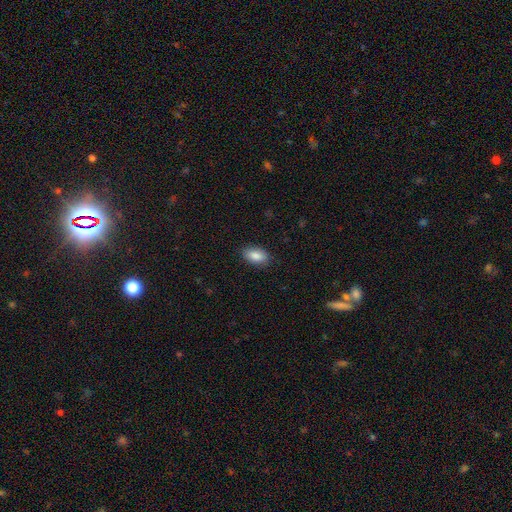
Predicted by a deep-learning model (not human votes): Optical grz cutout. It shows a smooth galaxy with no disk features (87%) that is in between round and cigar-shaped (92%). Merging: none (87%).